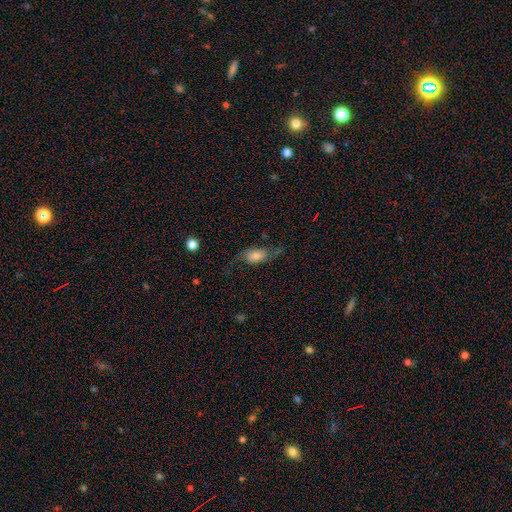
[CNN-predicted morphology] Smooth or featured: featured or disk — 45% (tied with smooth — 45%)
Merging: none — 56% (minor disturbance — 22%)